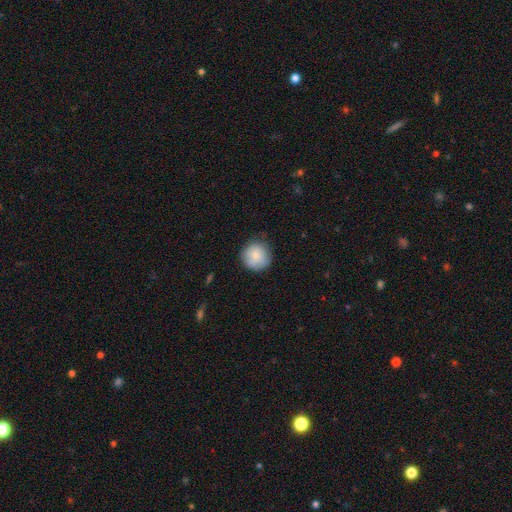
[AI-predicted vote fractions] Smooth or featured? Predicted: smooth (p=0.76). How rounded? Predicted: round (p=0.94). Merging? Predicted: none (p=0.80).